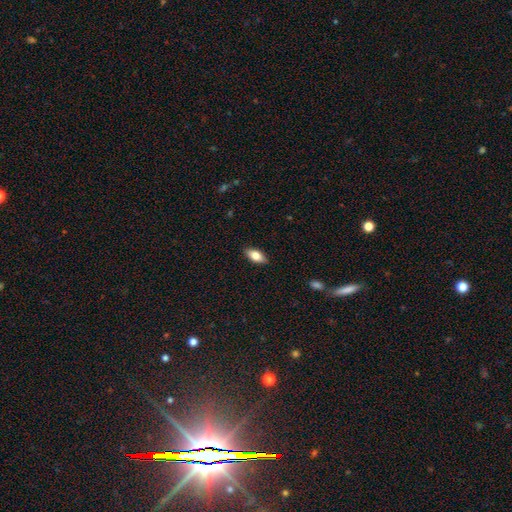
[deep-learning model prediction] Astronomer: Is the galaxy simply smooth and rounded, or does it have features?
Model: smooth — 73%.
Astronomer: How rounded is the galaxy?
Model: in between — 84%.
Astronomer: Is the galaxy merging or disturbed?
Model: none — 88%.